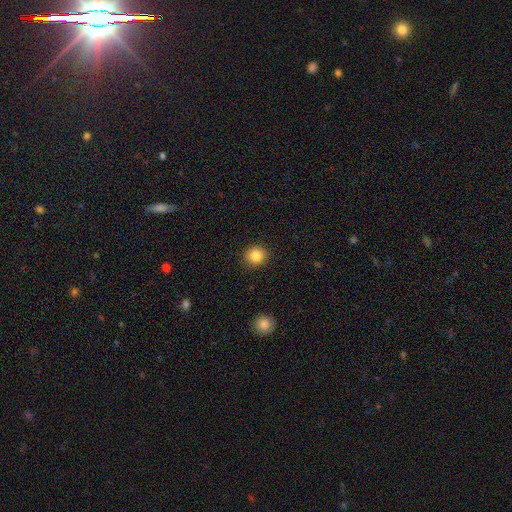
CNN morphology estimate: type=smooth (85%); roundness=round (88%); merging=none (91%).